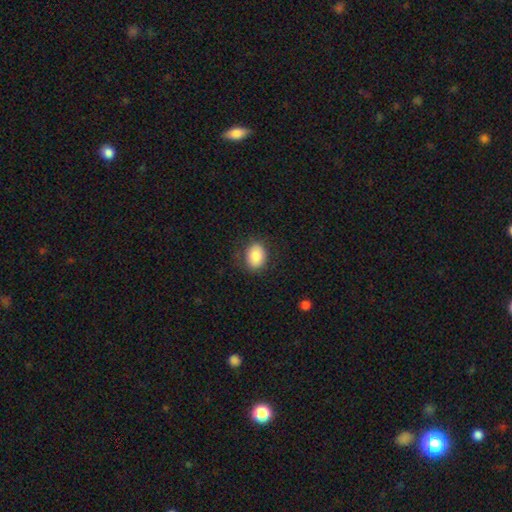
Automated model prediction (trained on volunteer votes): Smooth or featured: smooth — 84% (featured or disk — 8%)
How rounded: in between — 64% (round — 35%)
Merging: none — 81% (minor disturbance — 14%)